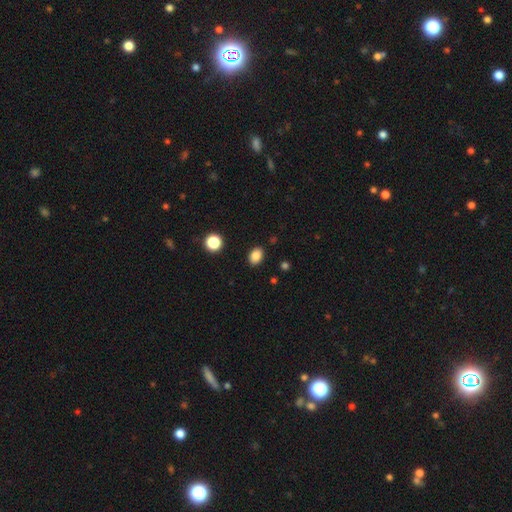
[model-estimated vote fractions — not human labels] smooth 85%, star or artifact 10%, featured or disk 4%. Down the decision tree: how rounded — in between (76%); merging — none (87%).